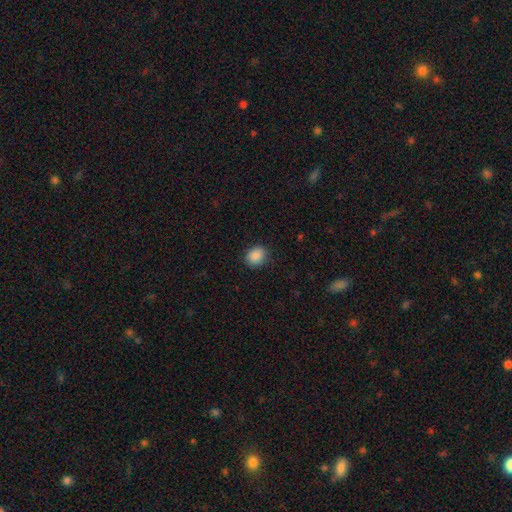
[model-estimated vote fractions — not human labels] smooth_or_featured: smooth (p=0.88) [alt: star or artifact p=0.09]
how_rounded: round (p=0.57) [alt: in between p=0.42]
merging: none (p=0.88) [alt: minor disturbance p=0.09]